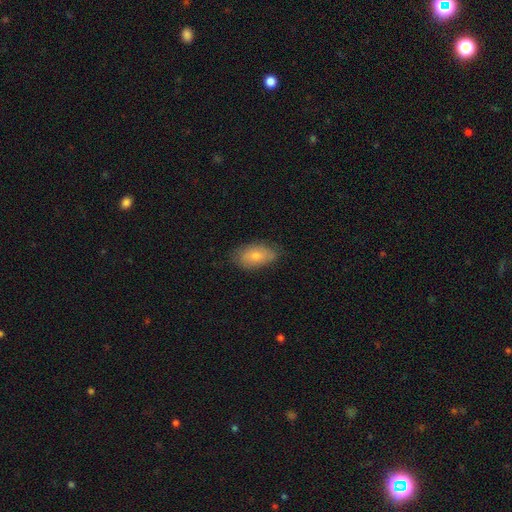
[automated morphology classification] This appears to be a smooth galaxy with no disk features (76%) that is in between round and cigar-shaped (92%). Merging: none (75%).